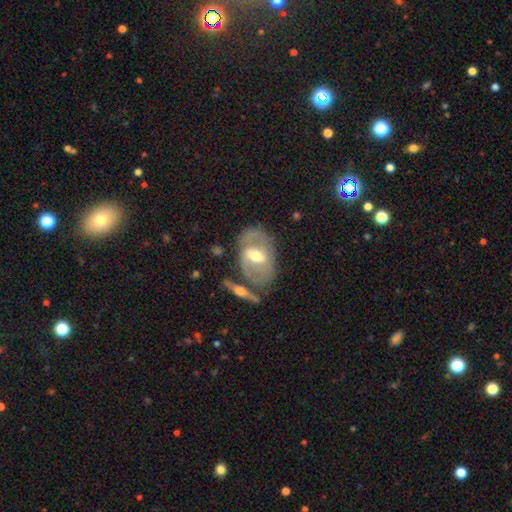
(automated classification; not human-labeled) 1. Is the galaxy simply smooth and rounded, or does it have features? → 74% featured or disk, 20% smooth, 5% star or artifact.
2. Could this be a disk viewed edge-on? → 91% no, 9% yes.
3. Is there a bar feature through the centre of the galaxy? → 47% weak, 36% strong, 17% no.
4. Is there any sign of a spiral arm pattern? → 74% yes, 26% no.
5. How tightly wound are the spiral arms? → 45% medium, 31% tight, 24% loose.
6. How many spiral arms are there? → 74% 2, 17% can't tell, 4% 1, 3% 3, 1% 4, 1% more than 4.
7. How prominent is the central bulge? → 71% moderate, 19% small, 8% large, 1% none, 1% dominant.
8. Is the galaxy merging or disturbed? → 63% none, 18% minor disturbance, 11% merger, 9% major disturbance.